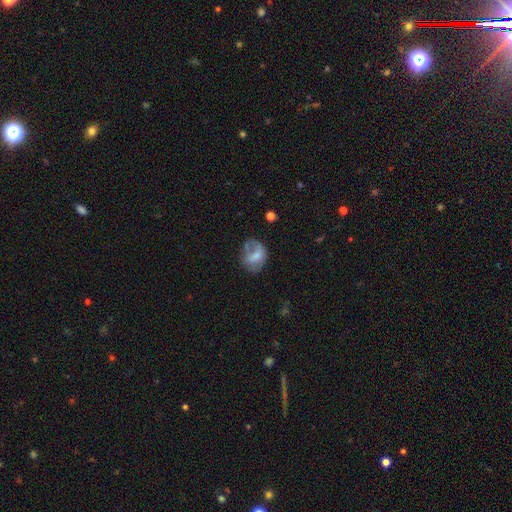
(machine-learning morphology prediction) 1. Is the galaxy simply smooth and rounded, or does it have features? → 54% smooth, 37% featured or disk, 9% star or artifact.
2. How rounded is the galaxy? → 53% in between, 46% round, 1% cigar-shaped.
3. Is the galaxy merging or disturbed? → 42% none, 28% minor disturbance, 25% major disturbance, 5% merger.